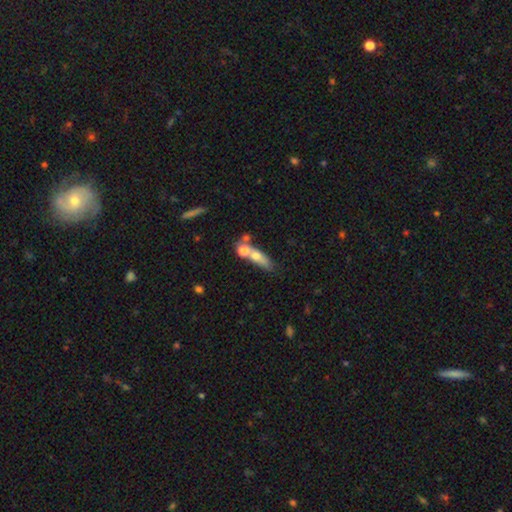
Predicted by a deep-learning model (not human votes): Smooth or featured? Predicted: smooth (p=0.61). How rounded? Predicted: in between (p=0.45). Merging? Predicted: merger (p=0.49).